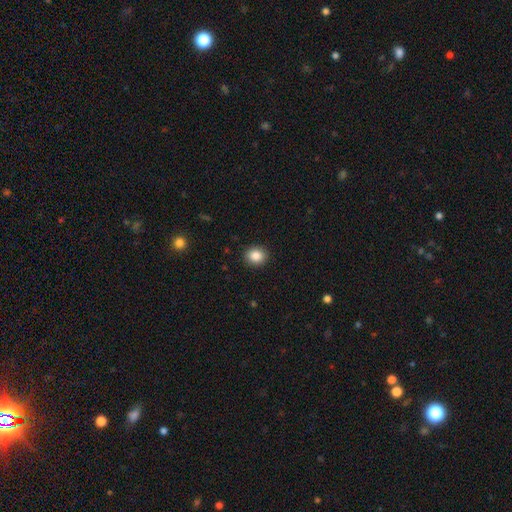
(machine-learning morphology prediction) This is clearly a smooth galaxy (86%). How rounded: likely round (73%). Merging: clearly none (91%).